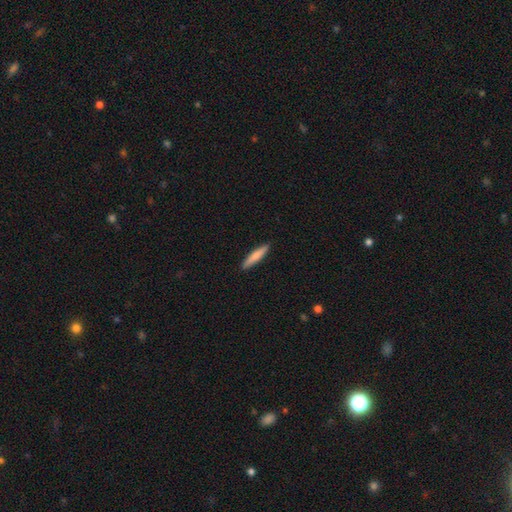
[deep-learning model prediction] smooth 74%, featured or disk 21%, star or artifact 5%. Down the decision tree: how rounded — cigar-shaped (90%); merging — none (91%).